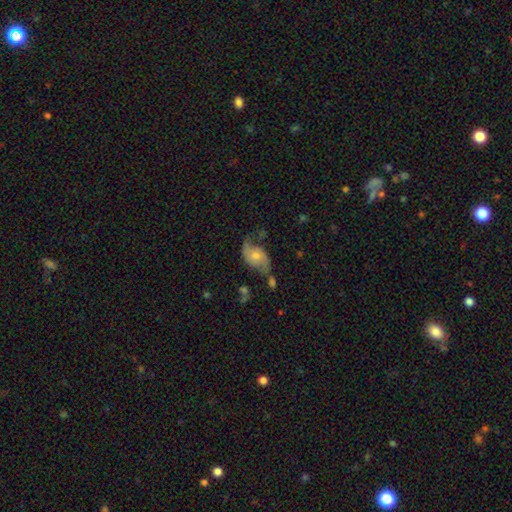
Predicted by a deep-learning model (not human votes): Morphology: type=featured or disk (67%); edge-on=no (96%); bar=no (72%); spiral arms=yes (88%); winding=loose (60%); arm count=2 (85%); bulge=small (47%); merging=none (52%).